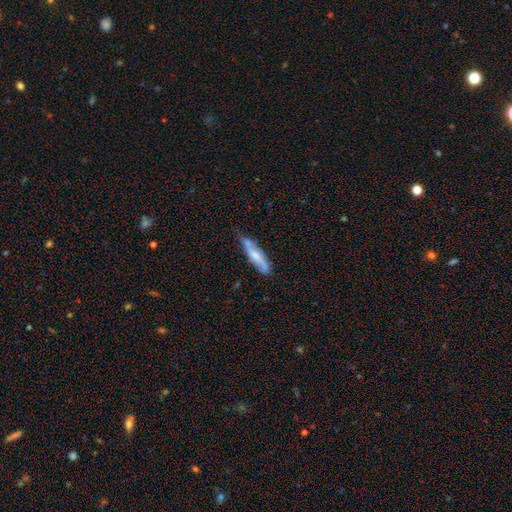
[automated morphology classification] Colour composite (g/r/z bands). It shows a smooth galaxy with no disk features (50%). Merging: none (60%).